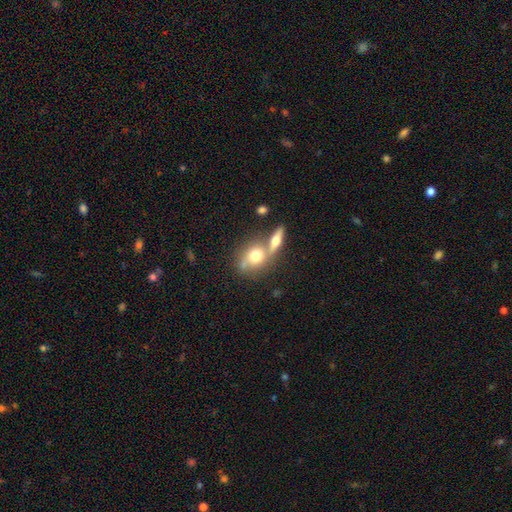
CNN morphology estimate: Smooth or featured?
  - smooth: 65% *
  - featured or disk: 27%
  - star or artifact: 8%
How rounded?
  - round: 51% *
  - in between: 42%
  - cigar-shaped: 6%
Merging?
  - merger: 43% *
  - none: 41%
  - minor disturbance: 11%
  - major disturbance: 5%